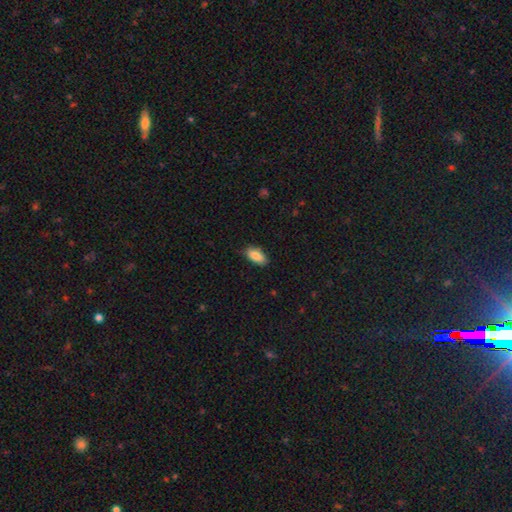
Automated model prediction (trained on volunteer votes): A smooth galaxy with no disk features (87%) that is in between round and cigar-shaped (89%).

Vote fractions:
- Smooth or featured? smooth: 87% / featured or disk: 7% / star or artifact: 7%
- How rounded? in between: 89% / cigar-shaped: 8% / round: 2%
- Merging? none: 83% / minor disturbance: 14% / major disturbance: 2% / merger: 1%